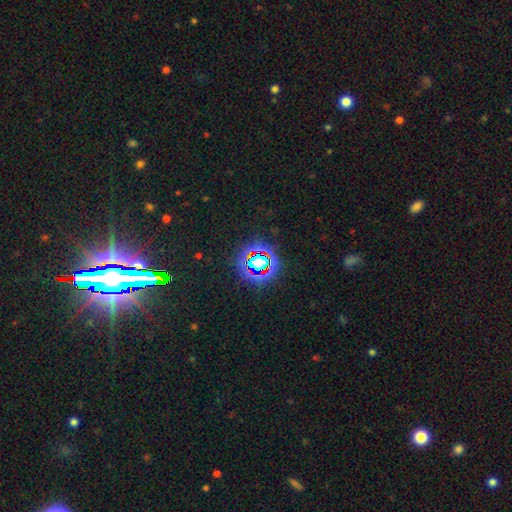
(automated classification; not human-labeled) This is likely a star or artifact rather than a galaxy (76%).